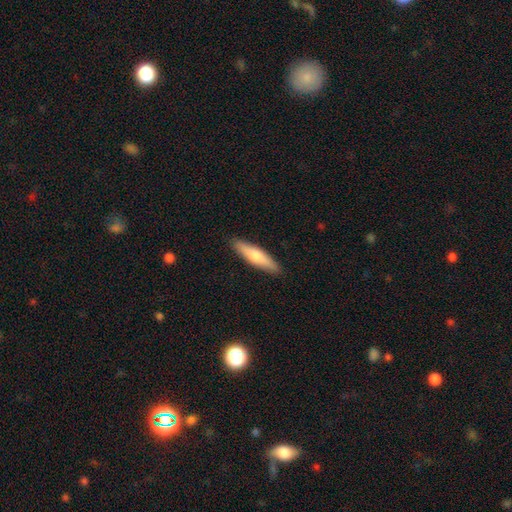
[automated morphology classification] A smooth galaxy with no disk features (64%) that is cigar-shaped (77%). Merging: none (90%).